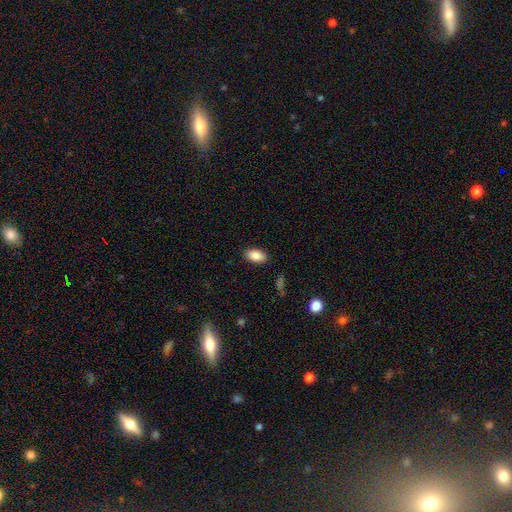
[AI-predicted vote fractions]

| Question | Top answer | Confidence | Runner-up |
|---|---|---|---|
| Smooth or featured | smooth | 88% | star or artifact (7%) |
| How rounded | in between | 93% | round (4%) |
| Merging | none | 88% | minor disturbance (8%) |